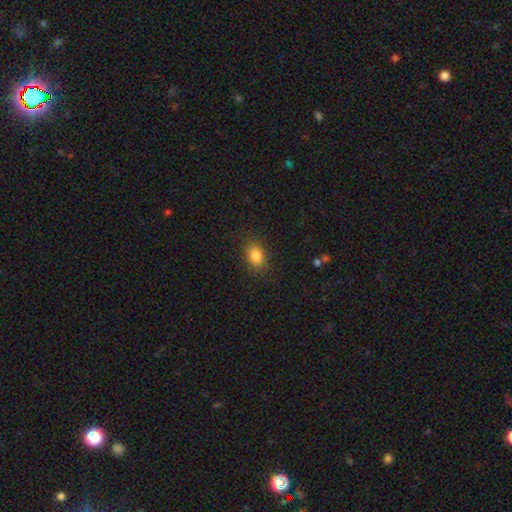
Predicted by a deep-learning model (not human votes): Morphology: type=smooth (84%); roundness=in between (72%); merging=none (84%).